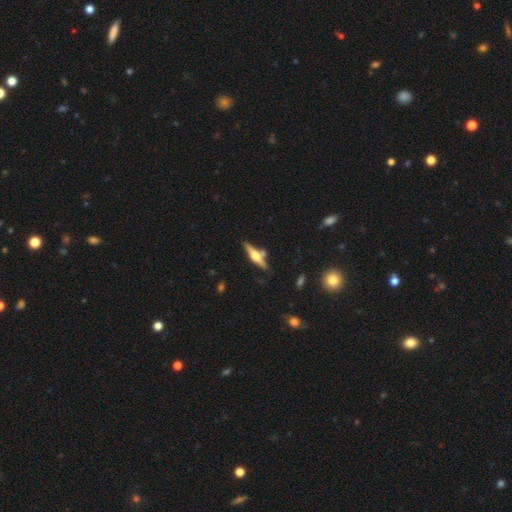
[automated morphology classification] featured or disk 68%, smooth 26%, star or artifact 6%. Down the decision tree: edge-on disk — yes (96%); edge-on bulge — rounded (93%); merging — none (73%).